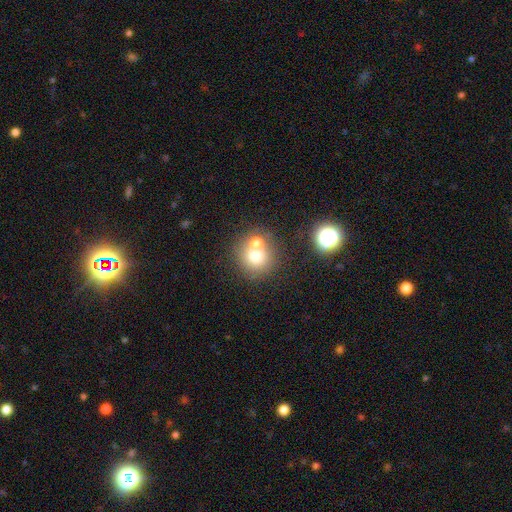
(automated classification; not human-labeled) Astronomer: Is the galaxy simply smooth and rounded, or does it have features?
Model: smooth — 70%.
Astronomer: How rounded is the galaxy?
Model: round — 87%.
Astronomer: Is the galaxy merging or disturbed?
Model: none — 46% (runner-up: merger, 43%).